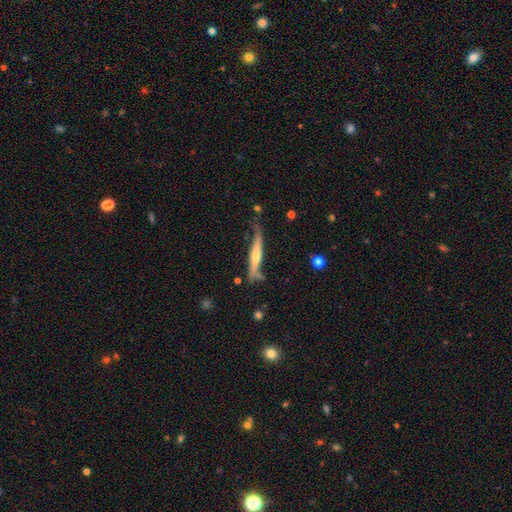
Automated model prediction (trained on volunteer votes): A featured or disk galaxy (68%) viewed edge-on (91%) with a rounded central bulge (77%).

Vote fractions:
- Smooth or featured? featured or disk: 68% / smooth: 26% / star or artifact: 6%
- Edge-on disk? yes: 91% / no: 9%
- Edge-on bulge? rounded: 77% / none: 17% / boxy: 6%
- Merging? none: 63% / minor disturbance: 26% / major disturbance: 7% / merger: 5%